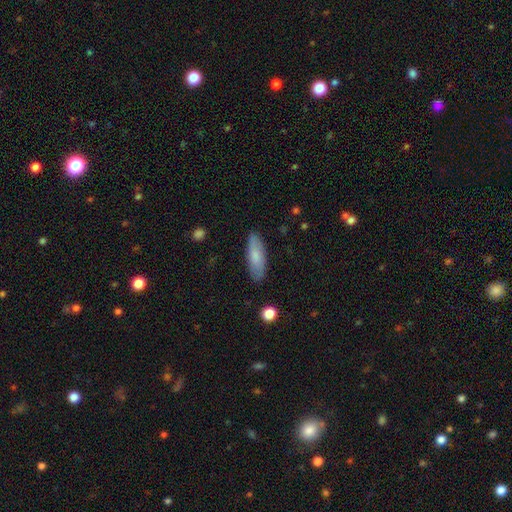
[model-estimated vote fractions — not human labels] Morphology: type=smooth (78%); roundness=in between (56%); merging=none (85%).